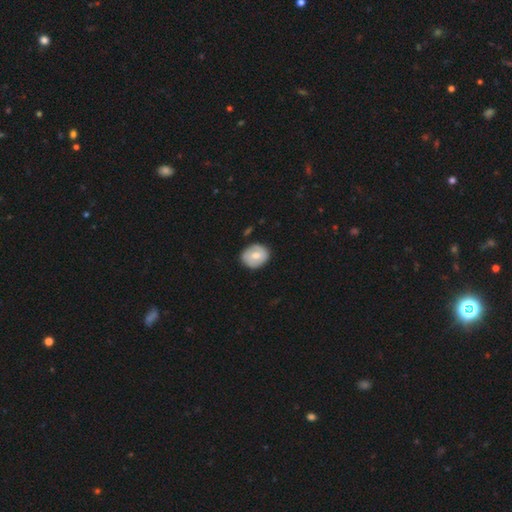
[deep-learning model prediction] A smooth galaxy with no disk features (60%) that is round (65%).

Vote fractions:
- Smooth or featured? smooth: 60% / featured or disk: 34% / star or artifact: 6%
- How rounded? round: 65% / in between: 34% / cigar-shaped: 1%
- Merging? none: 81% / minor disturbance: 14% / major disturbance: 3% / merger: 2%